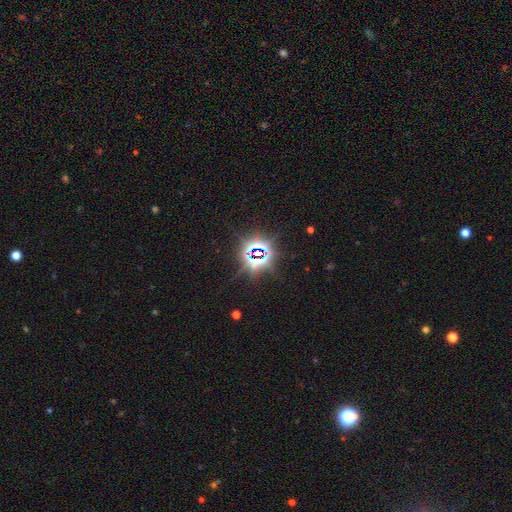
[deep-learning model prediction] Morphology: type=star or artifact (84%).